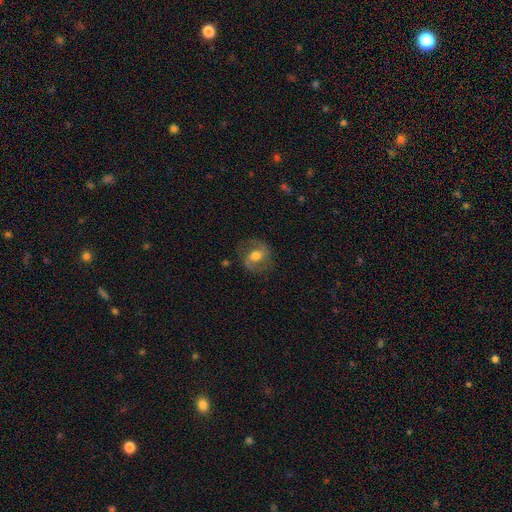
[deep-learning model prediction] featured or disk 54%, smooth 37%, star or artifact 9%. Down the decision tree: edge-on disk — no (95%); bar — weak (41%); spiral arms — yes (74%); bulge size — moderate (68%); merging — none (73%).